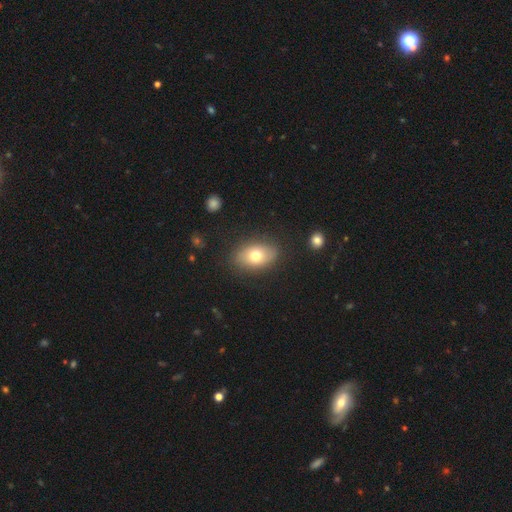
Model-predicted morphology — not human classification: This appears to be a smooth galaxy with no disk features (71%) that is in between round and cigar-shaped (86%). Merging: none (84%).